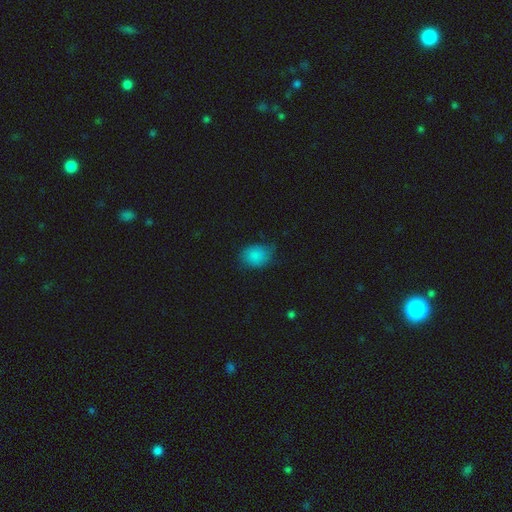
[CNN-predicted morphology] This is clearly a smooth galaxy (83%). How rounded: likely in between (63%). Merging: likely none (61%).